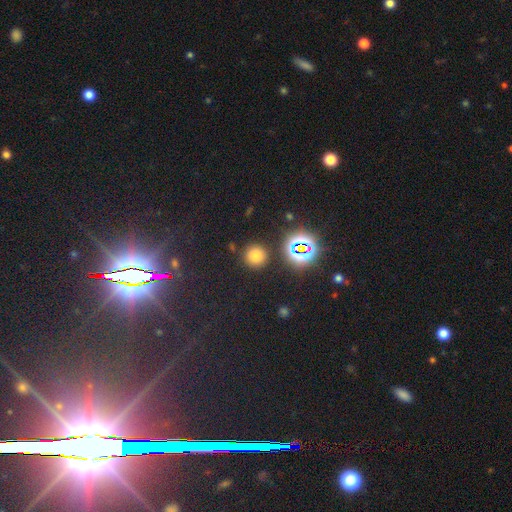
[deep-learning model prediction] smooth_or_featured: smooth (p=0.69) [alt: star or artifact p=0.24]
how_rounded: round (p=0.93) [alt: in between p=0.06]
merging: none (p=0.87) [alt: minor disturbance p=0.07]